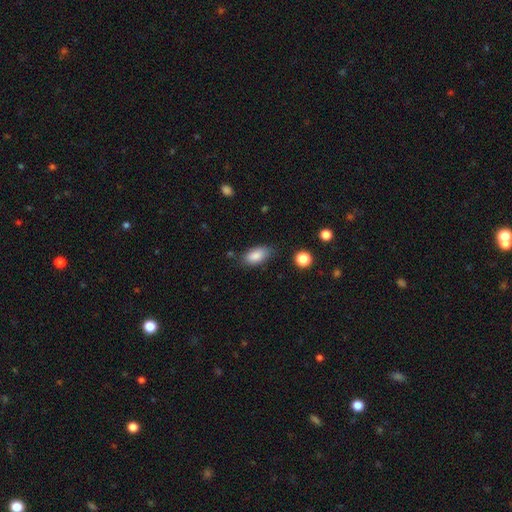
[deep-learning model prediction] This appears to be a smooth galaxy with no disk features (86%) that is in between round and cigar-shaped (91%). Merging: none (76%).